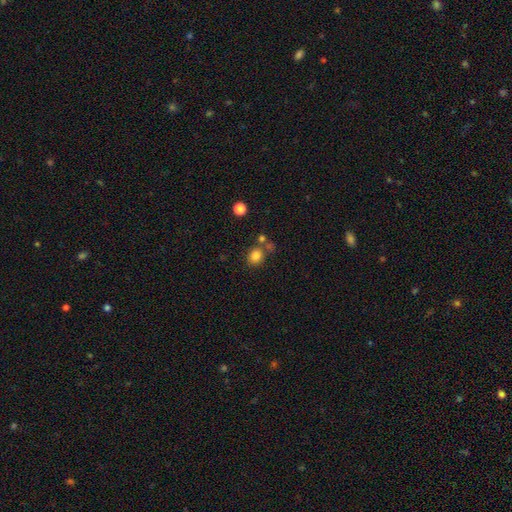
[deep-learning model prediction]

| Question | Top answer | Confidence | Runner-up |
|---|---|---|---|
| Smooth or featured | smooth | 82% | star or artifact (12%) |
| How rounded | round | 80% | in between (19%) |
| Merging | none | 68% | merger (17%) |